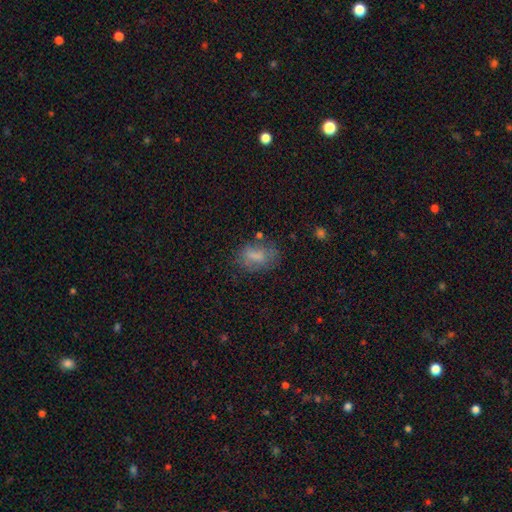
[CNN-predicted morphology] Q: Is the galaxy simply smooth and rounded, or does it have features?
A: smooth — 70%.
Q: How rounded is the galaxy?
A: in between — 84%.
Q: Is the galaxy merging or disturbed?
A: none — 60%.